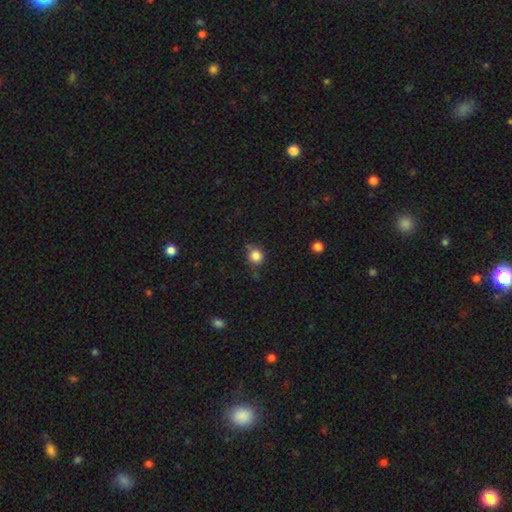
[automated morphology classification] smooth 83%, star or artifact 11%, featured or disk 6%. Down the decision tree: how rounded — round (86%); merging — none (69%).